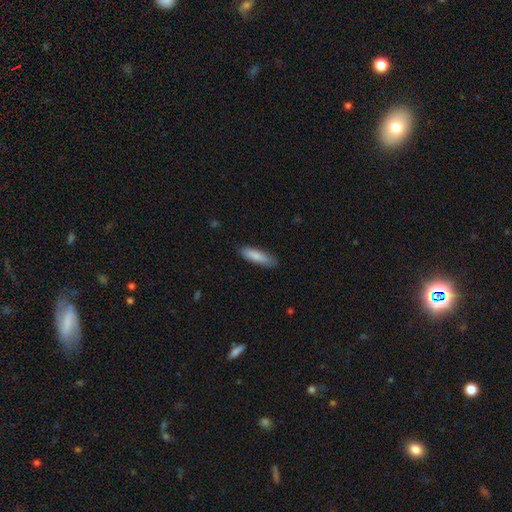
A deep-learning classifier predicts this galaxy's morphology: Smooth or featured?
  - smooth: 85% *
  - featured or disk: 9%
  - star or artifact: 6%
How rounded?
  - cigar-shaped: 62% *
  - in between: 37%
  - round: 1%
Merging?
  - none: 81% *
  - minor disturbance: 15%
  - major disturbance: 3%
  - merger: 1%